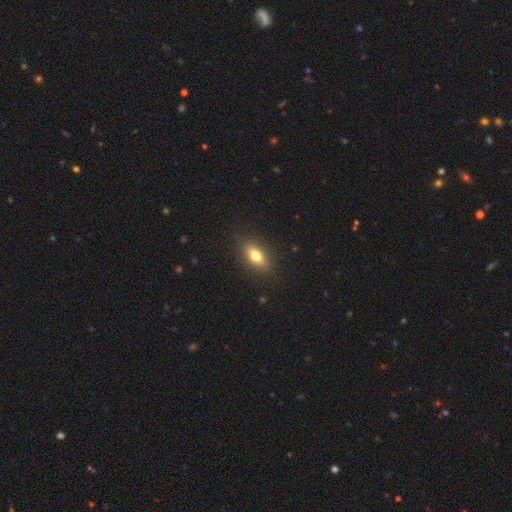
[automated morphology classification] smooth 72%, featured or disk 19%, star or artifact 9%. Down the decision tree: how rounded — in between (78%); merging — none (86%).